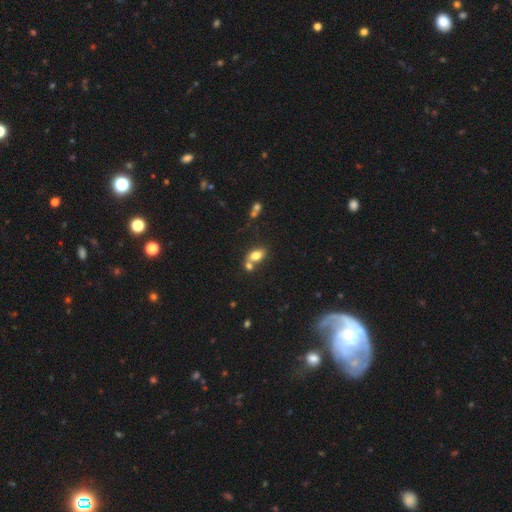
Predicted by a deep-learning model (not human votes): The model was most divided on "merging": none: 45%, merger: 40%, minor disturbance: 11%, major disturbance: 4%. More confident: how rounded — in between (82%); smooth or featured — smooth (77%).